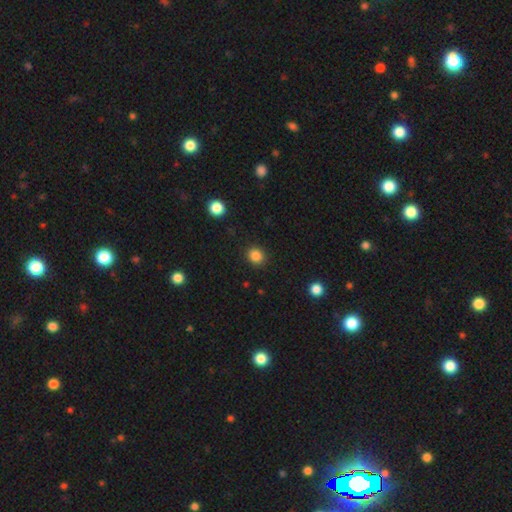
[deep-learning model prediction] Smooth or featured? smooth (86%)
How rounded? round (78%)
Merging? none (90%)